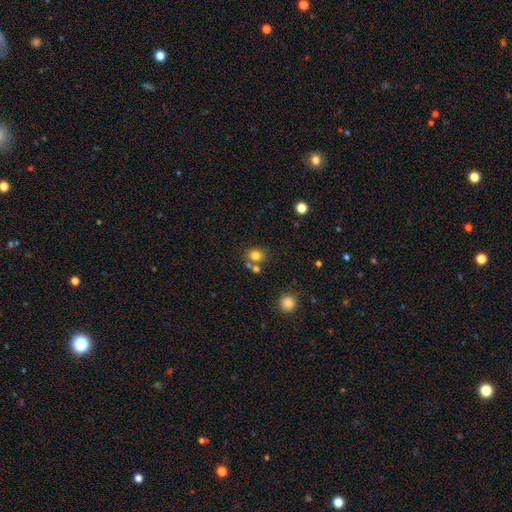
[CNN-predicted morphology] type=smooth (79%); roundness=round (69%); merging=none (63%).